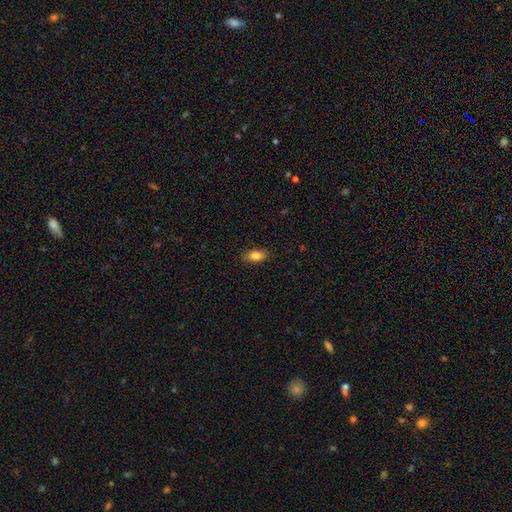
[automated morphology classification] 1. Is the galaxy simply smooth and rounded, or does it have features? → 83% smooth, 9% featured or disk, 8% star or artifact.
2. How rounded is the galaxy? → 88% in between, 7% round, 5% cigar-shaped.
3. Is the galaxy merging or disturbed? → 87% none, 10% minor disturbance, 2% major disturbance, 1% merger.